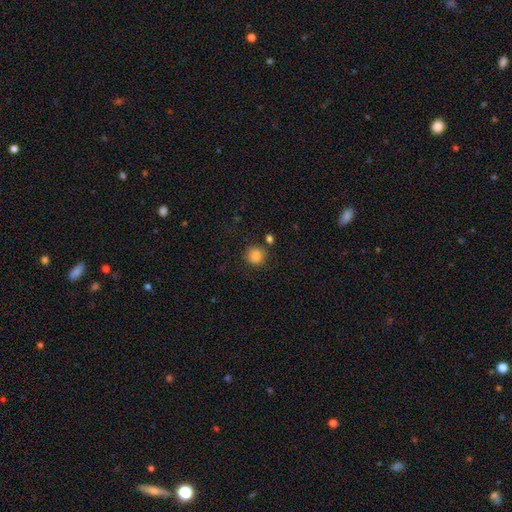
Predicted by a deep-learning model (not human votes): Q: Smooth or featured?
A: smooth (86%); runner-up: star or artifact (10%)
Q: How rounded?
A: round (91%); runner-up: in between (8%)
Q: Merging?
A: none (83%); runner-up: minor disturbance (8%)